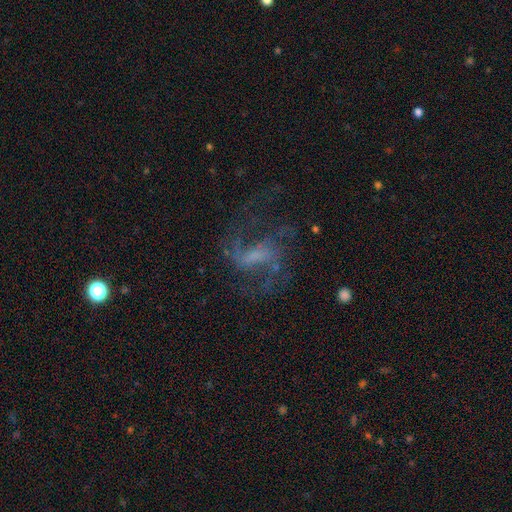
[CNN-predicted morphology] featured or disk 80%, star or artifact 11%, smooth 9%. Down the decision tree: edge-on disk — no (97%); bar — weak (49%); spiral arms — yes (92%); spiral arm count — 2 (62%); spiral winding — medium (45%); bulge size — small (34%); merging — none (59%).